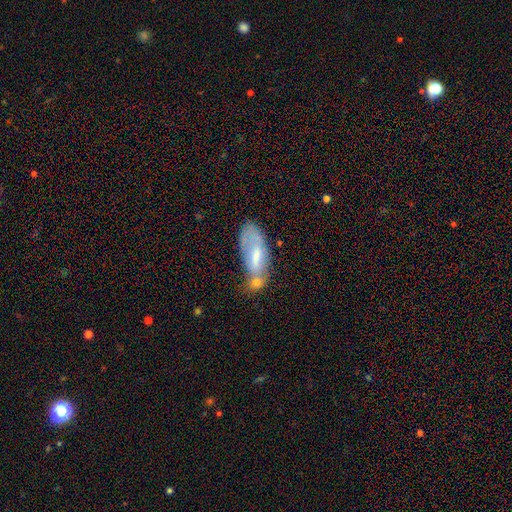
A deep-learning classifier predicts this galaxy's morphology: Smooth or featured? Predicted: smooth (p=0.51). How rounded? Predicted: in between (p=0.71). Merging? Predicted: merger (p=0.33).